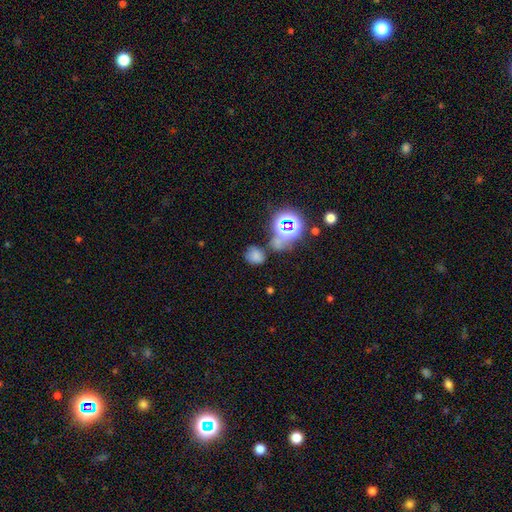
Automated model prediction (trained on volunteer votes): Q: Smooth or featured?
A: smooth (63%); runner-up: star or artifact (27%)
Q: How rounded?
A: round (60%); runner-up: in between (39%)
Q: Merging?
A: none (54%); runner-up: minor disturbance (19%)